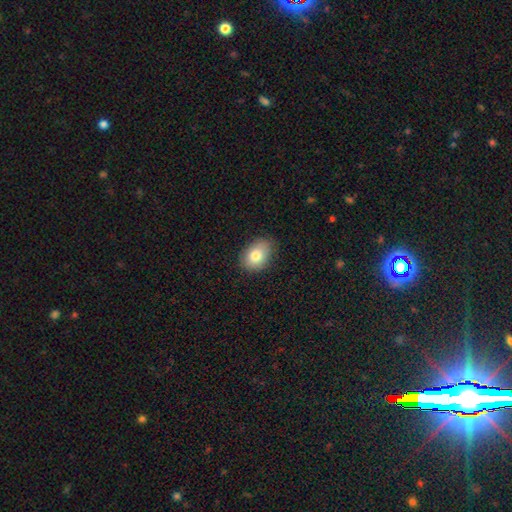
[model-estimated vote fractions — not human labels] A smooth galaxy with no disk features (80%) that is in between round and cigar-shaped (76%). Merging: none (82%).